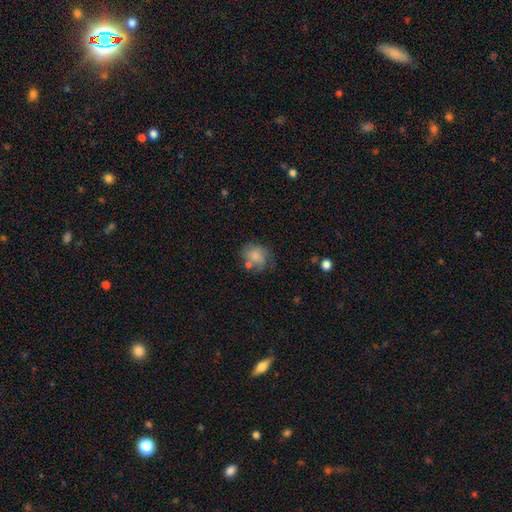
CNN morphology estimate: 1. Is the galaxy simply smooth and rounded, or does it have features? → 68% smooth, 24% featured or disk, 9% star or artifact.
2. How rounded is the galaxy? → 56% round, 43% in between, 1% cigar-shaped.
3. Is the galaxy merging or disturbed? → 46% none, 26% minor disturbance, 16% major disturbance, 12% merger.